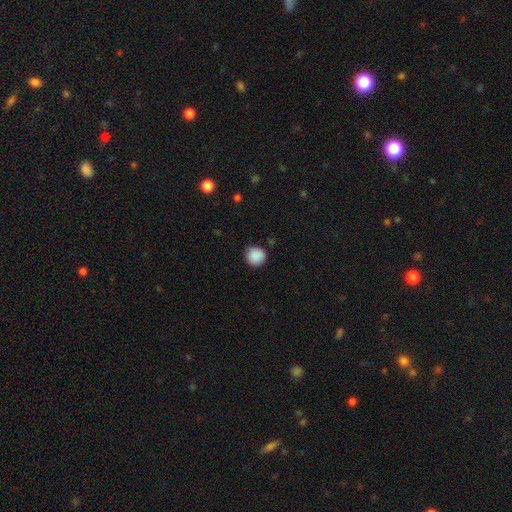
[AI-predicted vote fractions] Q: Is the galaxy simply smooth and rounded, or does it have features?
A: smooth — 89%.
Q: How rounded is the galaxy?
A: round — 91%.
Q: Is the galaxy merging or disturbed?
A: none — 88%.